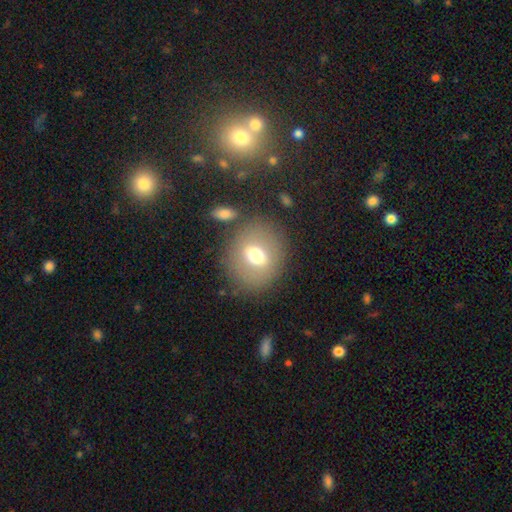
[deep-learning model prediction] Q: Smooth or featured?
A: smooth (58%); runner-up: featured or disk (32%)
Q: How rounded?
A: round (70%); runner-up: in between (29%)
Q: Merging?
A: none (78%); runner-up: minor disturbance (11%)